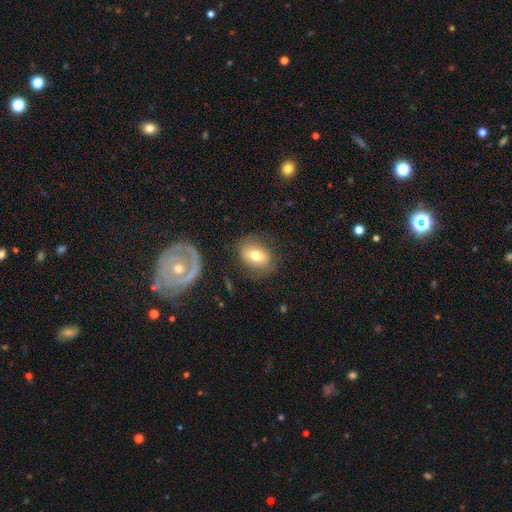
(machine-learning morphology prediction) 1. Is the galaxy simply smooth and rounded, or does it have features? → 66% smooth, 26% featured or disk, 8% star or artifact.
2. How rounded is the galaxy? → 64% in between, 34% round, 2% cigar-shaped.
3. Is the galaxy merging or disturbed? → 76% none, 15% minor disturbance, 6% major disturbance, 3% merger.